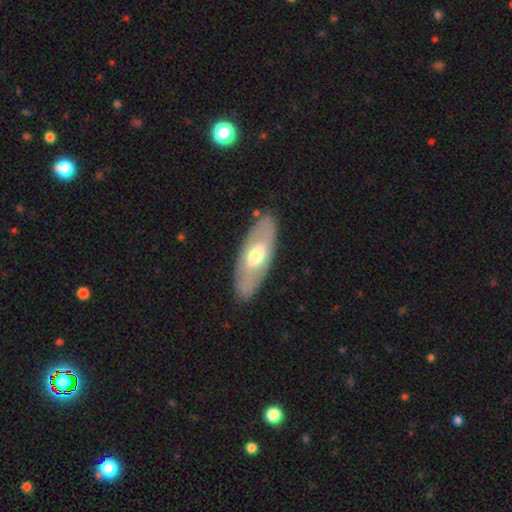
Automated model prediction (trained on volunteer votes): Q: Smooth or featured?
A: featured or disk (48%); runner-up: smooth (47%)
Q: Merging?
A: none (85%); runner-up: minor disturbance (11%)